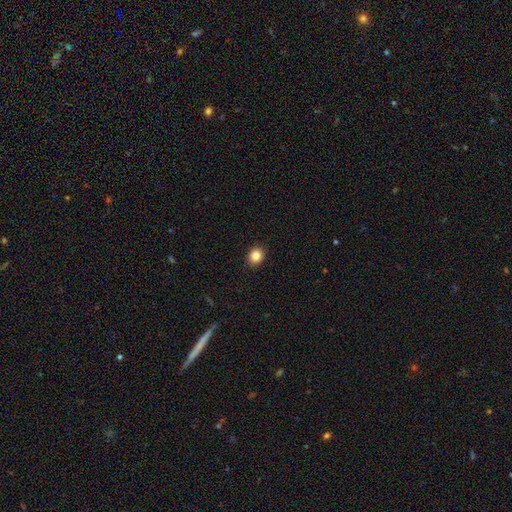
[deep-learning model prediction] A smooth galaxy with no disk features (85%) that is round (71%). Merging: none (91%).